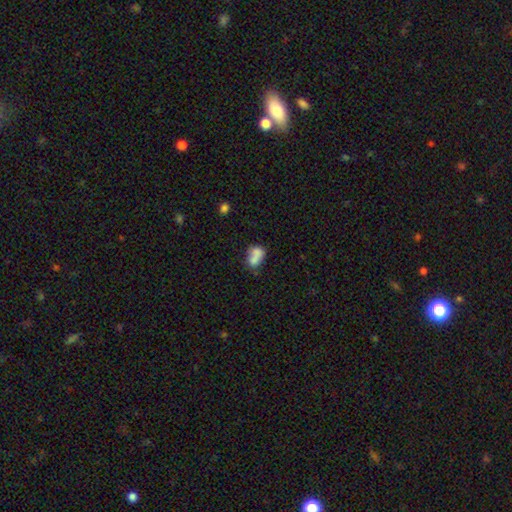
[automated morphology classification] The model was most divided on "merging": none: 37%, merger: 36%, minor disturbance: 19%, major disturbance: 9%. More confident: how rounded — in between (77%); smooth or featured — smooth (73%).